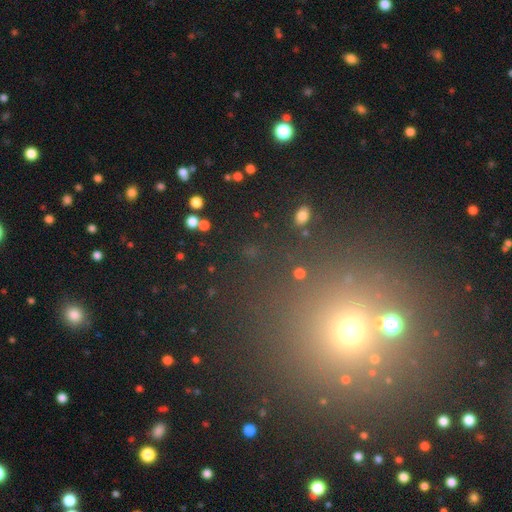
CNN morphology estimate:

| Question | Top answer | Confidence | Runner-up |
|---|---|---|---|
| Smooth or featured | star or artifact | 54% | smooth (37%) |